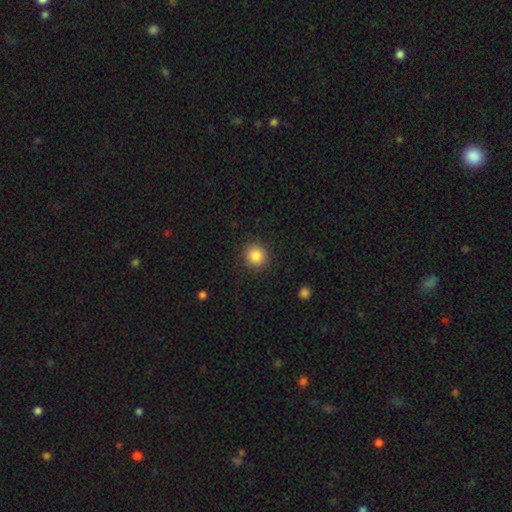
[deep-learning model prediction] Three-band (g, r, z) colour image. It shows a smooth galaxy with no disk features (86%) that is round (89%). Merging: none (90%).